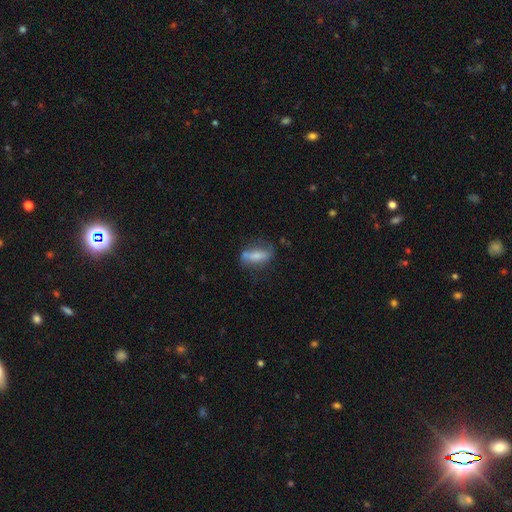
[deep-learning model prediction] Smooth or featured: smooth — 58% (featured or disk — 34%)
How rounded: in between — 59% (cigar-shaped — 37%)
Merging: none — 56% (minor disturbance — 26%)